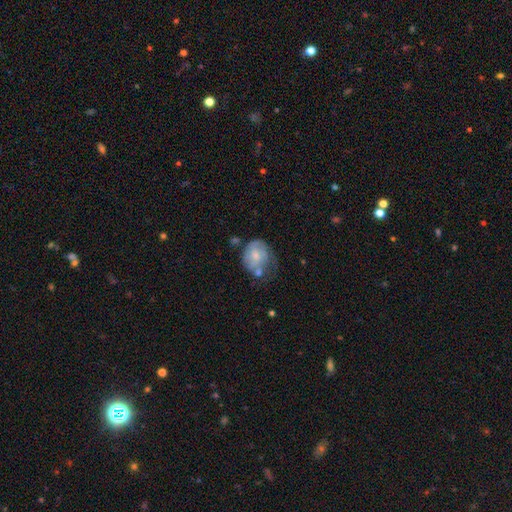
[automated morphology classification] Overall: smooth (54%; featured or disk 39%). How rounded: round (58%; in between 41%). Merging: none (31%, tied with minor disturbance).